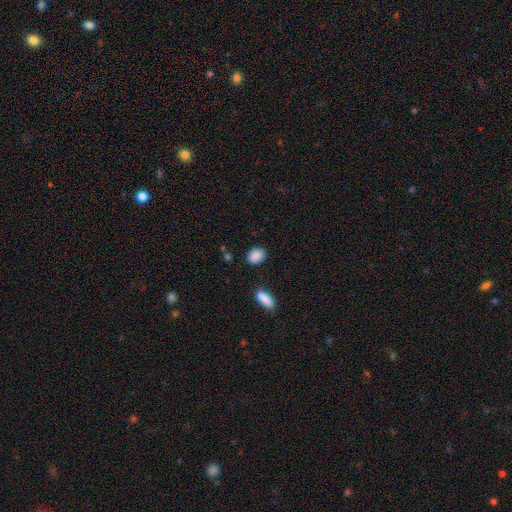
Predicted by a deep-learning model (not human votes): A smooth galaxy with no disk features (89%) that is in between round and cigar-shaped (68%).

Vote fractions:
- Smooth or featured? smooth: 89% / star or artifact: 8% / featured or disk: 3%
- How rounded? in between: 68% / round: 30% / cigar-shaped: 2%
- Merging? none: 85% / minor disturbance: 10% / merger: 3% / major disturbance: 3%